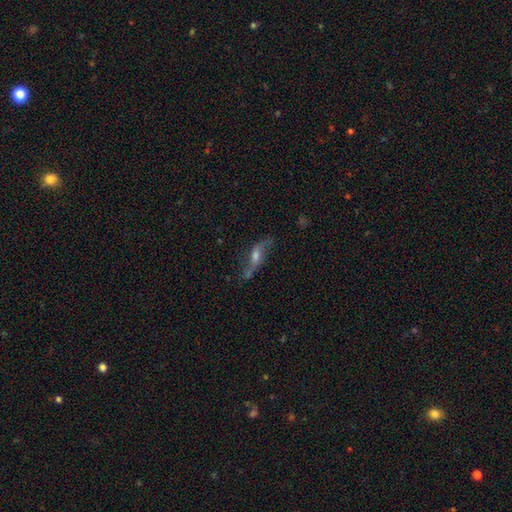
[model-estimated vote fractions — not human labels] This is likely a featured or disk galaxy (76%). It is likely not viewed edge-on (72%). Bar: possibly no (46%). Spiral arm pattern: clearly yes (89%). Central bulge: possibly moderate (54%). Merging: likely none (66%).